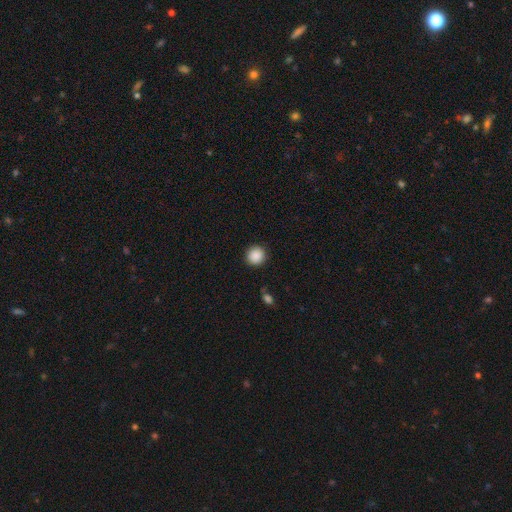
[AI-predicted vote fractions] Morphology: type=smooth (89%); roundness=round (93%); merging=none (91%).